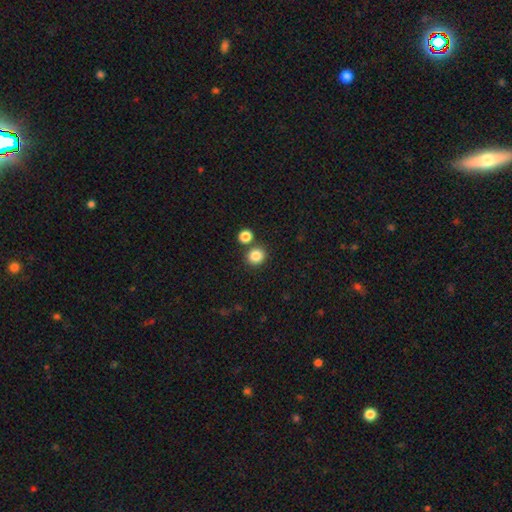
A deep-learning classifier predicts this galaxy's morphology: The model was most divided on "merging": none: 76%, merger: 14%, minor disturbance: 8%, major disturbance: 2%. More confident: smooth or featured — smooth (85%); how rounded — round (83%).